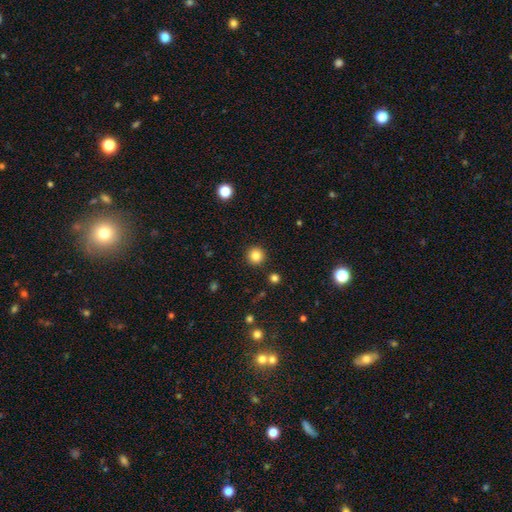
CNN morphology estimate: Smooth or featured? Predicted: smooth (p=0.84). How rounded? Predicted: round (p=0.95). Merging? Predicted: none (p=0.92).